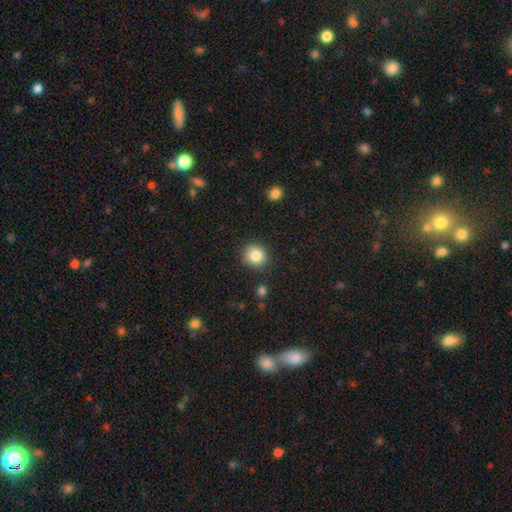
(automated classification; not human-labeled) Smooth or featured? smooth (85%)
How rounded? round (84%)
Merging? none (85%)